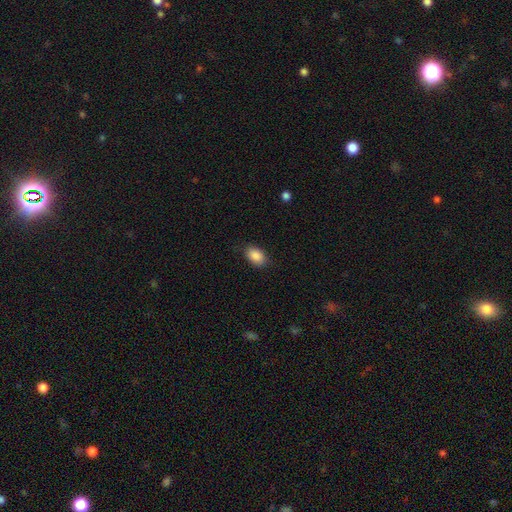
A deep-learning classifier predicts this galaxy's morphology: This appears to be a smooth galaxy with no disk features (89%) that is in between round and cigar-shaped (85%). Merging: none (85%).